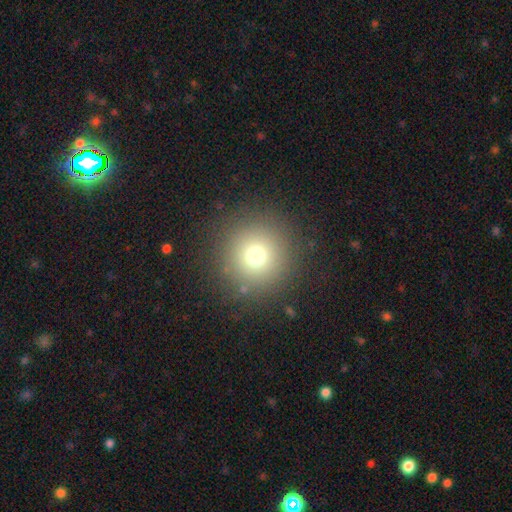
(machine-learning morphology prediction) A smooth galaxy with no disk features (72%) that is round (96%). Merging: none (88%).